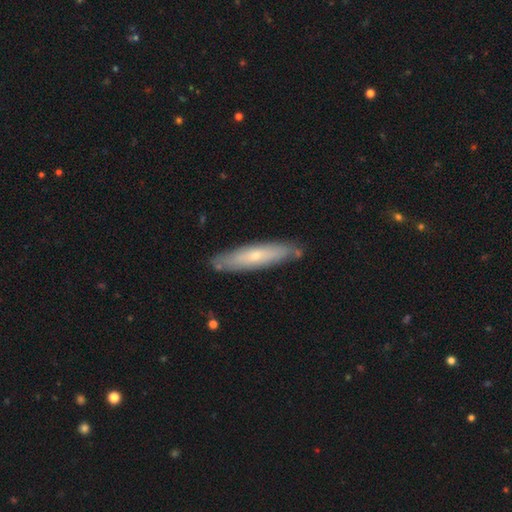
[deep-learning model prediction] Smooth or featured? Predicted: featured or disk (p=0.48). Merging? Predicted: none (p=0.82).